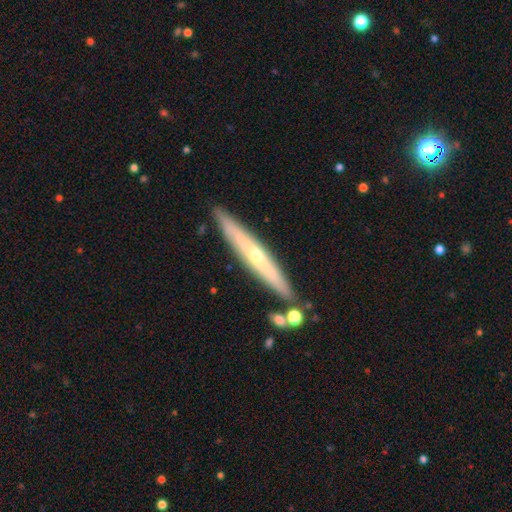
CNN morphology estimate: Smooth or featured: featured or disk — 63% (smooth — 30%)
Edge-on disk: yes — 91% (no — 9%)
Edge-on bulge: rounded — 69% (none — 28%)
Merging: none — 85% (minor disturbance — 9%)